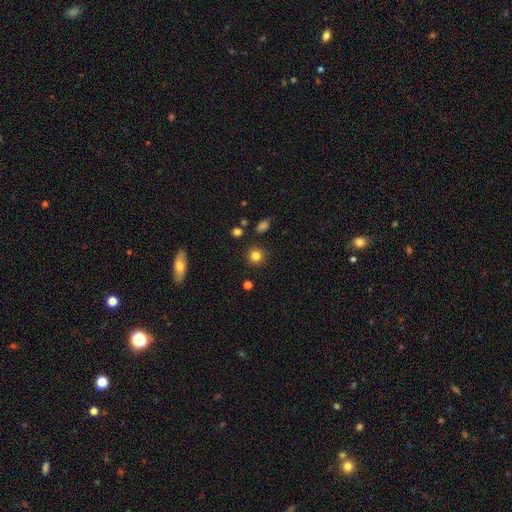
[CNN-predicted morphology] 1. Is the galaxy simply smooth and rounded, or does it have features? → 83% smooth, 12% star or artifact, 5% featured or disk.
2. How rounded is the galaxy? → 91% round, 8% in between, 1% cigar-shaped.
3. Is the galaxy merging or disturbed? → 88% none, 8% minor disturbance, 2% major disturbance, 2% merger.